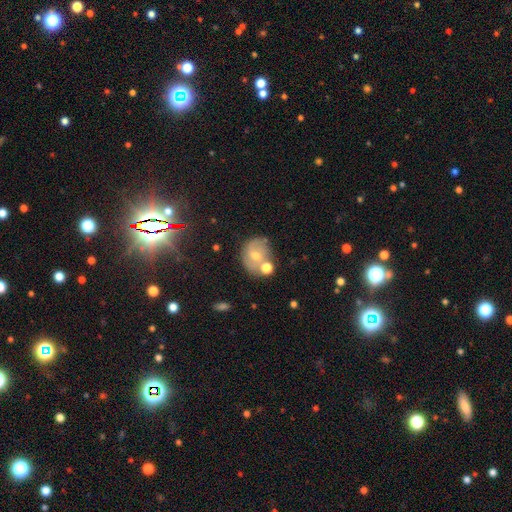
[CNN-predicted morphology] This appears to be a featured or disk galaxy (46%). Merging: none (57%).